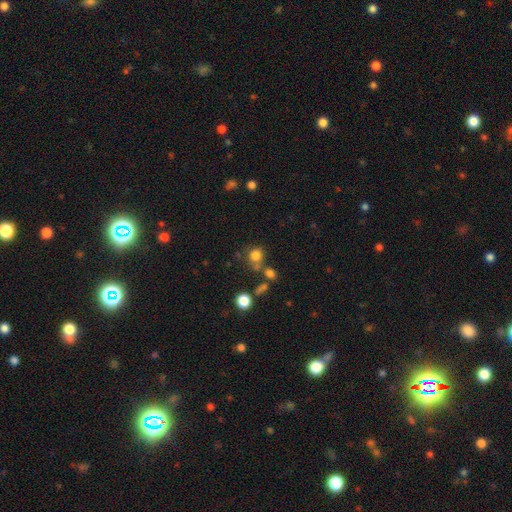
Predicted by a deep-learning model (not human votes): Smooth or featured? smooth (77%)
How rounded? round (77%)
Merging? none (60%)